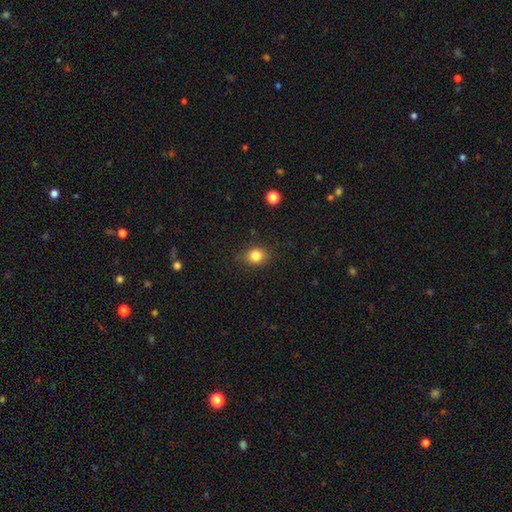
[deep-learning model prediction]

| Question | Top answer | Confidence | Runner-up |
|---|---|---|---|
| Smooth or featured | smooth | 82% | star or artifact (11%) |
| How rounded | round | 65% | in between (34%) |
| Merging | none | 82% | minor disturbance (13%) |